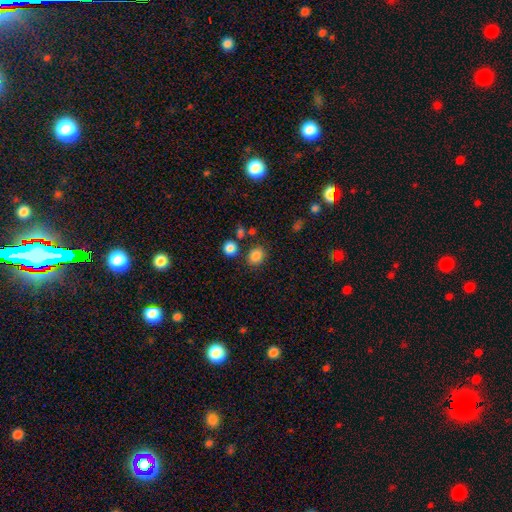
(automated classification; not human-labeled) Smooth or featured: smooth — 85% (star or artifact — 11%)
How rounded: round — 59% (in between — 40%)
Merging: none — 79% (minor disturbance — 11%)